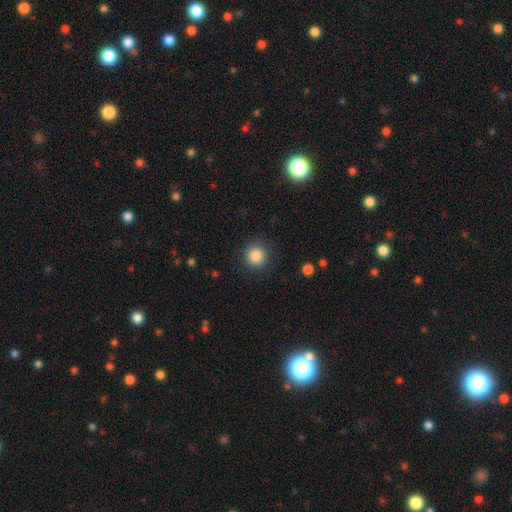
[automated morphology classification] Overall: smooth (86%). How rounded: round (93%). Merging: none (87%).